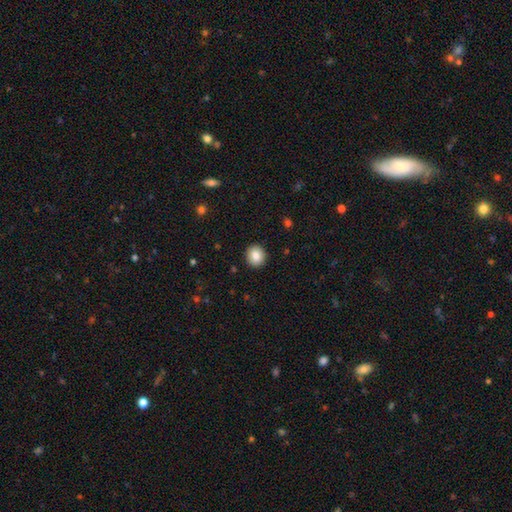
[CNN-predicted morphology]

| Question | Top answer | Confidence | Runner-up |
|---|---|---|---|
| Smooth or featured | smooth | 84% | star or artifact (9%) |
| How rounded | round | 86% | in between (13%) |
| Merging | none | 92% | minor disturbance (5%) |